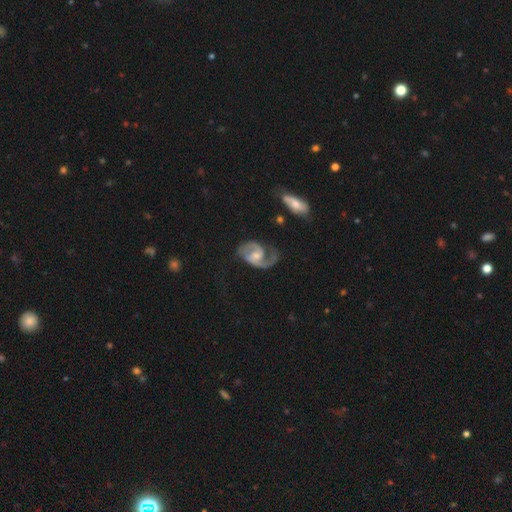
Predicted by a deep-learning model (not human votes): smooth-or-featured: featured or disk: 87% | smooth: 8% | star or artifact: 5%
  disk-edge-on: no: 98% | yes: 2%
    bar: weak: 47% | no: 43% | strong: 10%
    has-spiral-arms: yes: 97% | no: 3%
      spiral-winding: medium: 55% | tight: 25% | loose: 21%
      spiral-arm-count: 2: 78% | 1: 15% | can't tell: 4% | 3: 1% | 4: 1% | more than 4: 1%
    bulge-size: moderate: 46% | small: 38% | none: 9% | large: 6% | dominant: 1%
  merging: none: 58% | minor disturbance: 22% | major disturbance: 18% | merger: 3%